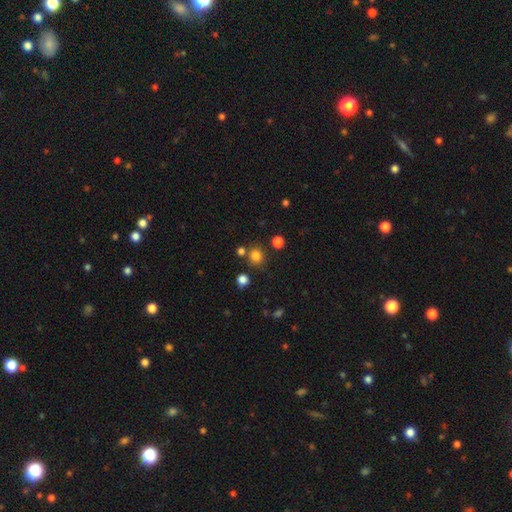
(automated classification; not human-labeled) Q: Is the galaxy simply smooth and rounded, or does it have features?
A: smooth — 80%.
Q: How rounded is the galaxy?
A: round — 85%.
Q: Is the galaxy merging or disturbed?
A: none — 77%.